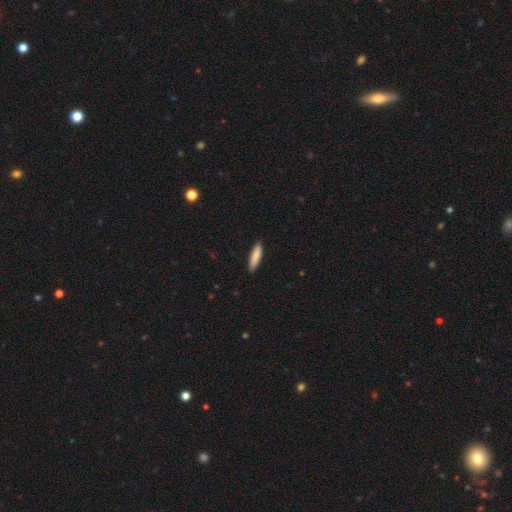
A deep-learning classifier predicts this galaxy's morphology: Smooth or featured? Predicted: smooth (p=0.83). How rounded? Predicted: cigar-shaped (p=0.74). Merging? Predicted: none (p=0.89).